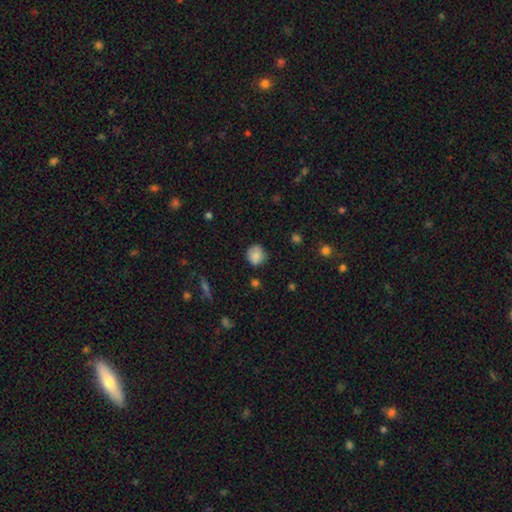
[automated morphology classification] This is clearly a smooth galaxy (80%). How rounded: clearly round (84%). Merging: likely none (75%).